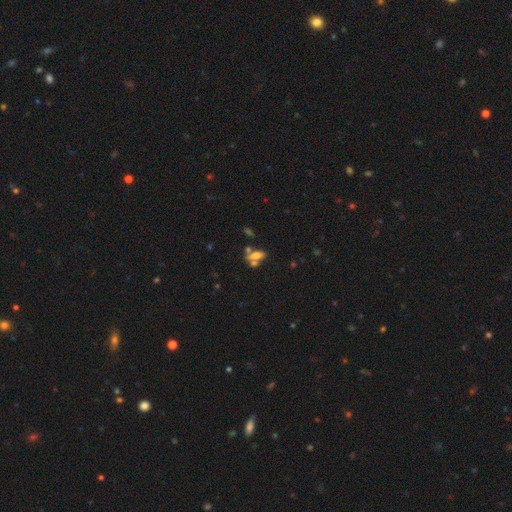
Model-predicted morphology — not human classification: type=smooth (53%); roundness=in between (74%); merging=none (41%).